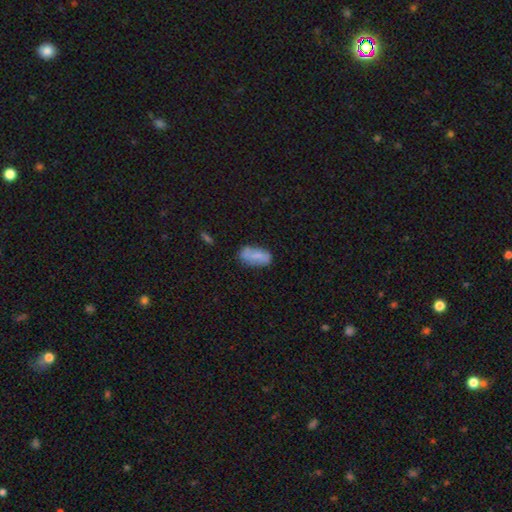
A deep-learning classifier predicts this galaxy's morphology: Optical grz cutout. It shows a smooth galaxy with no disk features (68%) that is in between round and cigar-shaped (89%). Merging: none (69%).